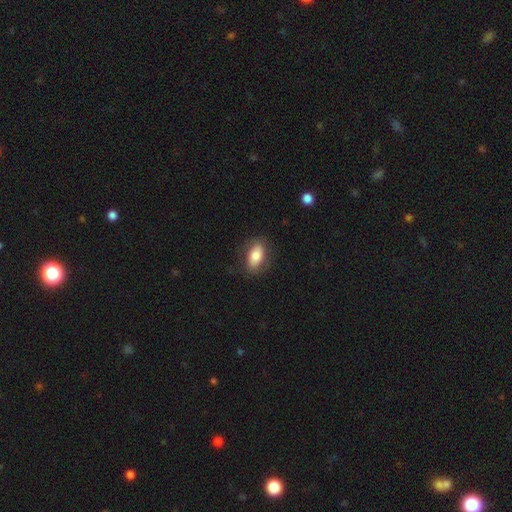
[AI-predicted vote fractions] This appears to be a smooth galaxy with no disk features (76%) that is in between round and cigar-shaped (88%). Merging: none (80%).